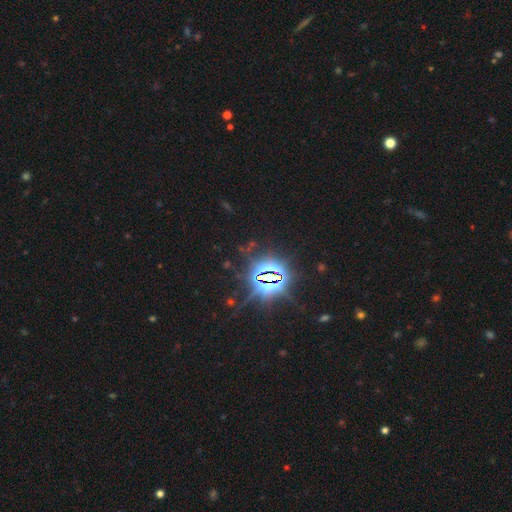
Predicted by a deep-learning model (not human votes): This is clearly a star or artifact rather than a galaxy (85%).